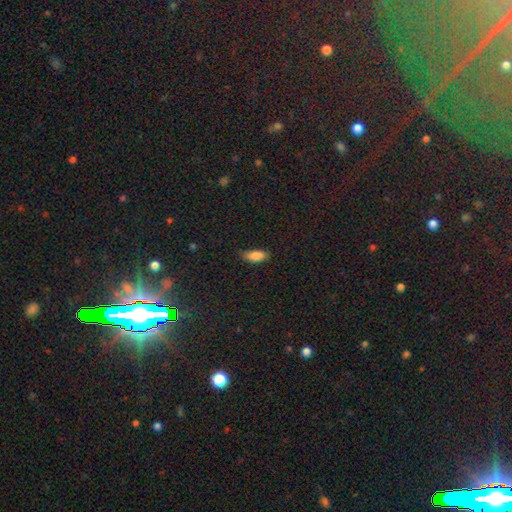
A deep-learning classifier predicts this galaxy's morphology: smooth_or_featured: smooth (p=0.83) [alt: star or artifact p=0.09]
how_rounded: in between (p=0.83) [alt: cigar-shaped p=0.15]
merging: none (p=0.68) [alt: minor disturbance p=0.25]